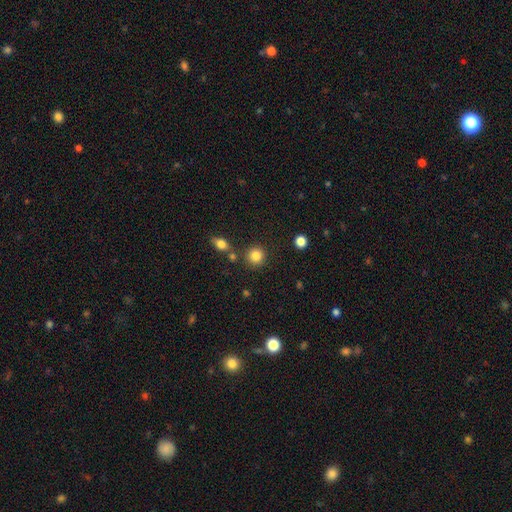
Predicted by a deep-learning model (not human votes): smooth-or-featured: smooth: 84% | star or artifact: 10% | featured or disk: 5%
  how-rounded: round: 91% | in between: 8% | cigar-shaped: 1%
  merging: none: 82% | minor disturbance: 8% | merger: 7% | major disturbance: 3%